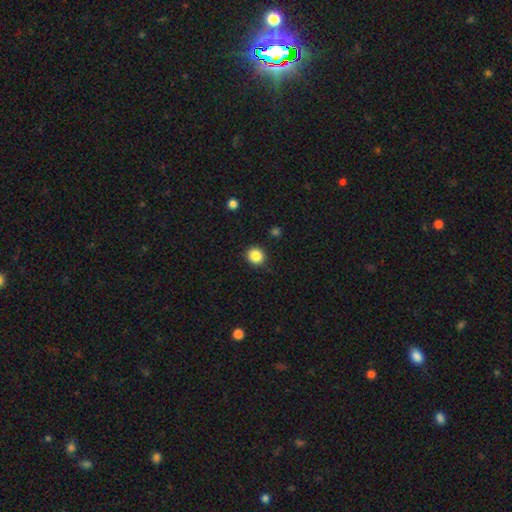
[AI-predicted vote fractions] Q: Smooth or featured?
A: smooth (86%); runner-up: star or artifact (10%)
Q: How rounded?
A: round (86%); runner-up: in between (13%)
Q: Merging?
A: none (89%); runner-up: minor disturbance (8%)